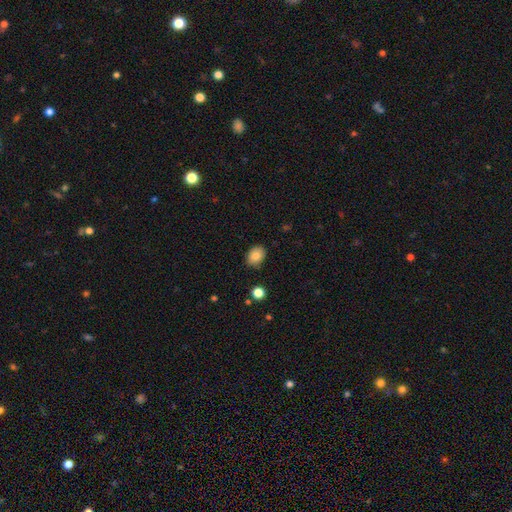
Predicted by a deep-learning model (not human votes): This appears to be a smooth galaxy with no disk features (83%) that is in between round and cigar-shaped (61%). Merging: none (82%).